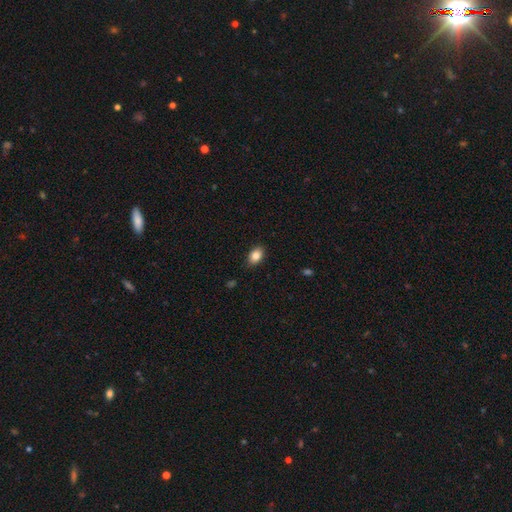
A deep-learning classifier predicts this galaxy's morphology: smooth 84%, star or artifact 8%, featured or disk 8%. Down the decision tree: how rounded — in between (86%); merging — none (87%).